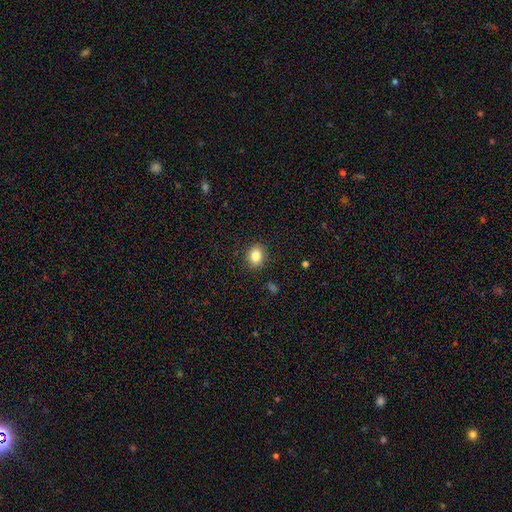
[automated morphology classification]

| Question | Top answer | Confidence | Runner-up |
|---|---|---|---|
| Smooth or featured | smooth | 84% | star or artifact (10%) |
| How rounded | round | 52% | in between (47%) |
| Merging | none | 89% | minor disturbance (8%) |